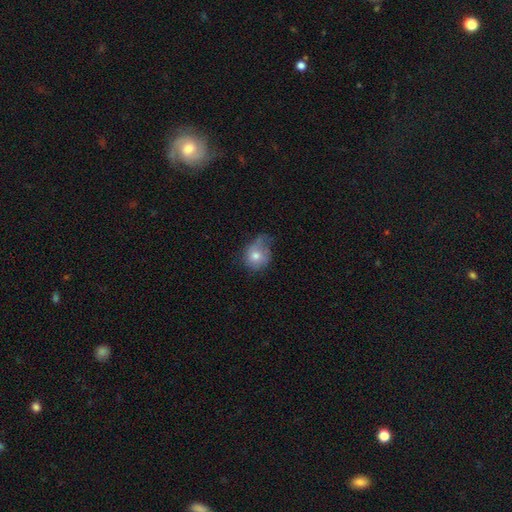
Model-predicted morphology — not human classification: smooth-or-featured: smooth: 70% | featured or disk: 20% | star or artifact: 10%
  how-rounded: round: 62% | in between: 37% | cigar-shaped: 1%
  merging: minor disturbance: 38% | none: 32% | major disturbance: 27% | merger: 3%